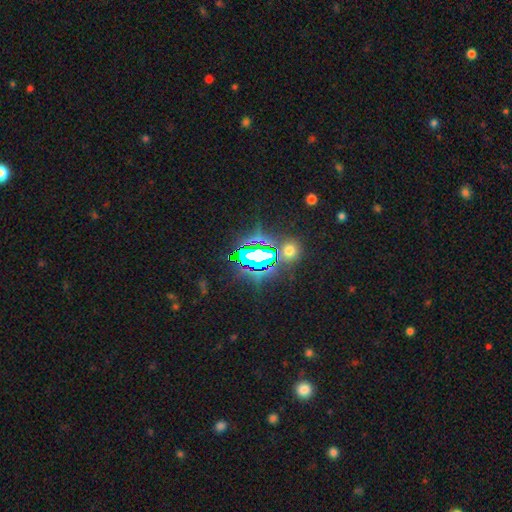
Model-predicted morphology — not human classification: star or artifact 76%, smooth 13%, featured or disk 11%.